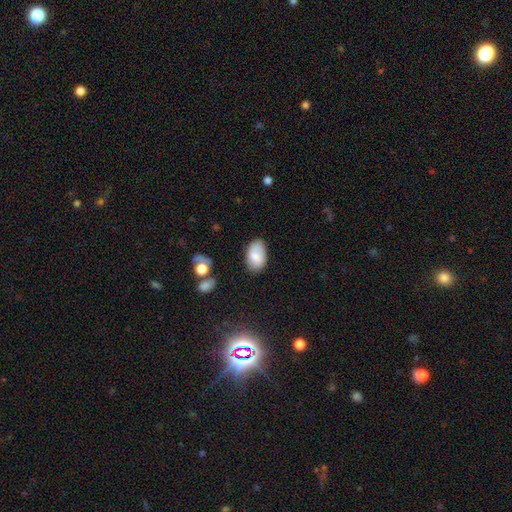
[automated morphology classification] Smooth or featured? Predicted: smooth (p=0.82). How rounded? Predicted: in between (p=0.93). Merging? Predicted: none (p=0.73).